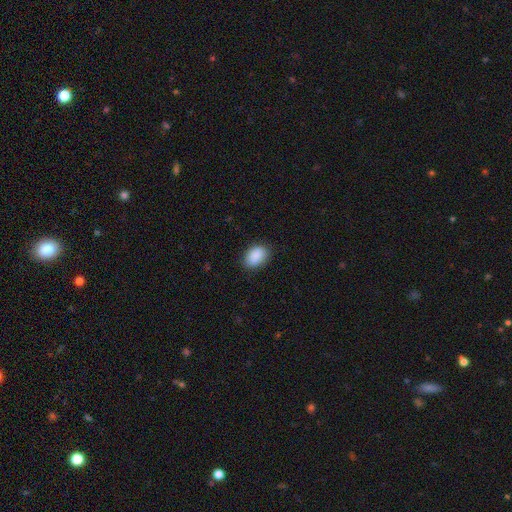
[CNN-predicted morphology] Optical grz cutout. It shows a smooth galaxy with no disk features (90%) that is in between round and cigar-shaped (87%). Merging: none (84%).